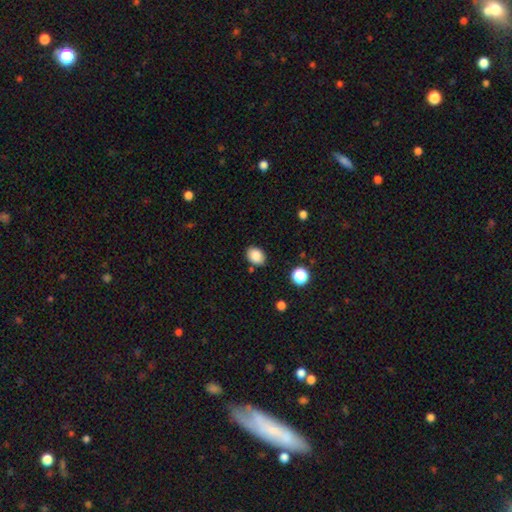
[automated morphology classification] This appears to be a smooth galaxy with no disk features (86%) that is in between round and cigar-shaped (66%). Merging: none (83%).